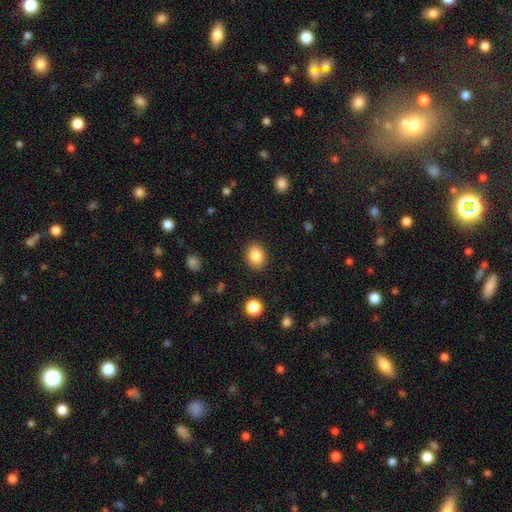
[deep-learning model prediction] This is clearly a smooth galaxy (85%). How rounded: possibly in between (59%). Merging: clearly none (88%).